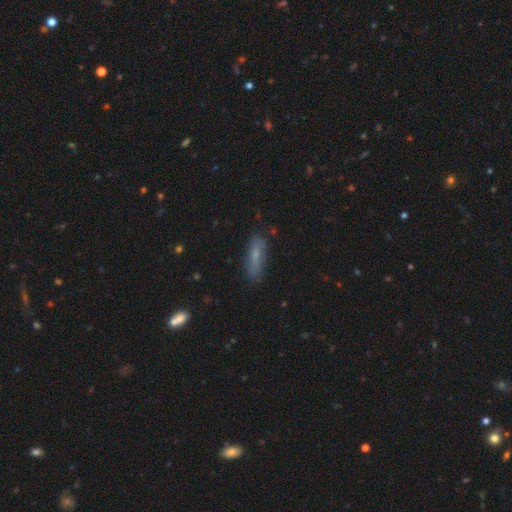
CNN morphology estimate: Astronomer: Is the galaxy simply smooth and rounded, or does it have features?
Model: smooth — 59%.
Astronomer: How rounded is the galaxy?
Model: cigar-shaped — 59% (runner-up: in between, 38%).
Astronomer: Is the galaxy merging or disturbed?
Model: none — 79%.